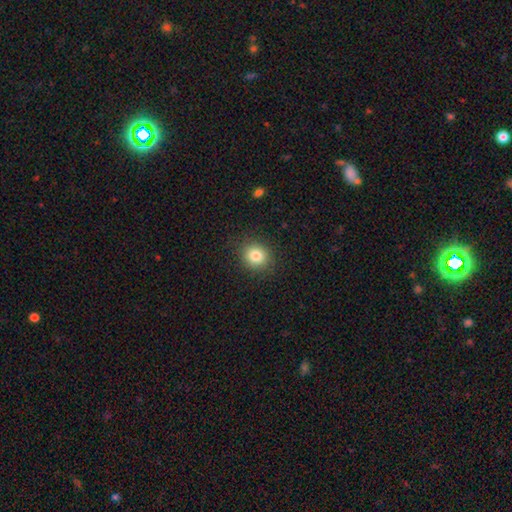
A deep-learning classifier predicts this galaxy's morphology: A smooth galaxy with no disk features (83%) that is round (74%).

Vote fractions:
- Smooth or featured? smooth: 83% / star or artifact: 10% / featured or disk: 7%
- How rounded? round: 74% / in between: 25% / cigar-shaped: 1%
- Merging? none: 88% / minor disturbance: 8% / major disturbance: 3% / merger: 1%